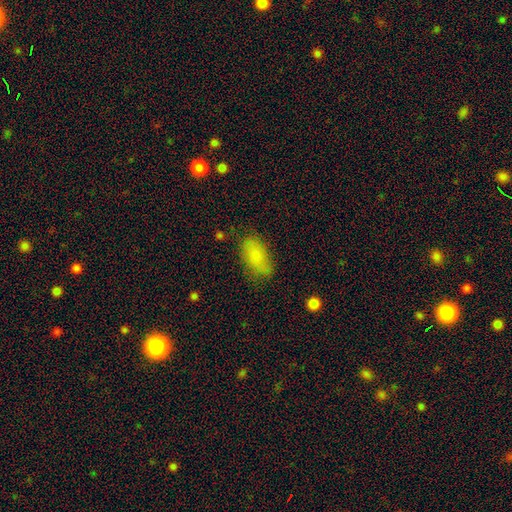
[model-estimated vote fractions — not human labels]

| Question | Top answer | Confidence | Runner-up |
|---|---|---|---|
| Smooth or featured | smooth | 81% | featured or disk (11%) |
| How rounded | in between | 91% | cigar-shaped (5%) |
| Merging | none | 73% | minor disturbance (20%) |